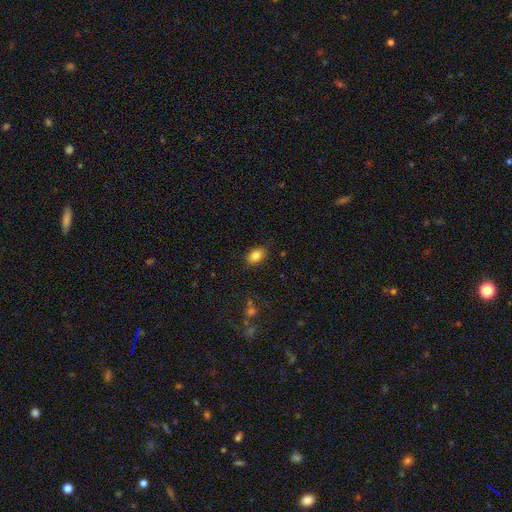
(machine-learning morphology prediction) smooth-or-featured: smooth: 84% | star or artifact: 9% | featured or disk: 7%
  how-rounded: in between: 81% | round: 17% | cigar-shaped: 2%
  merging: none: 84% | minor disturbance: 12% | major disturbance: 3% | merger: 1%